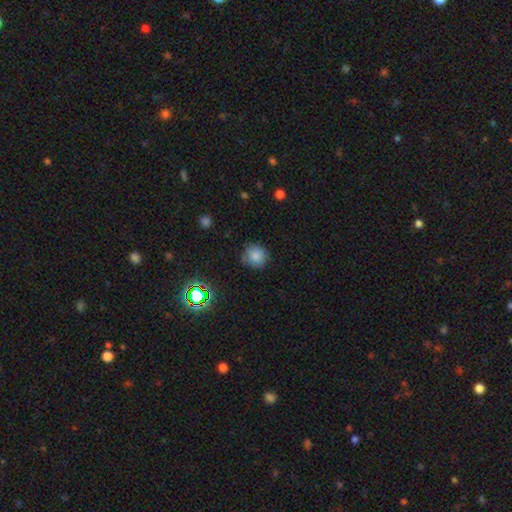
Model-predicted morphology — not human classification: Smooth or featured? smooth (79%)
How rounded? round (90%)
Merging? none (79%)